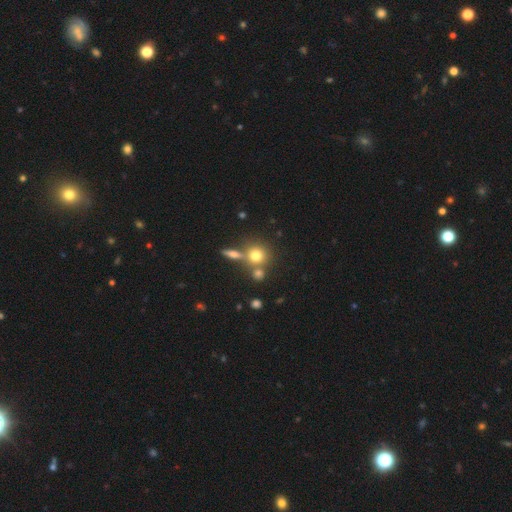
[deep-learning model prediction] Morphology: type=smooth (73%); roundness=round (85%); merging=none (58%).